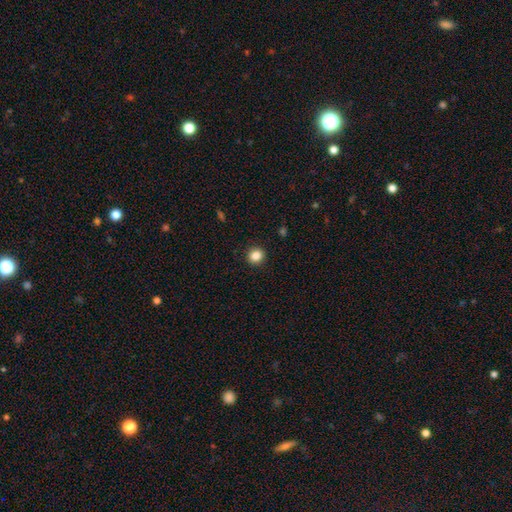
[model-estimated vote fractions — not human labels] Smooth or featured: smooth — 86% (star or artifact — 11%)
How rounded: round — 89% (in between — 10%)
Merging: none — 91% (minor disturbance — 6%)